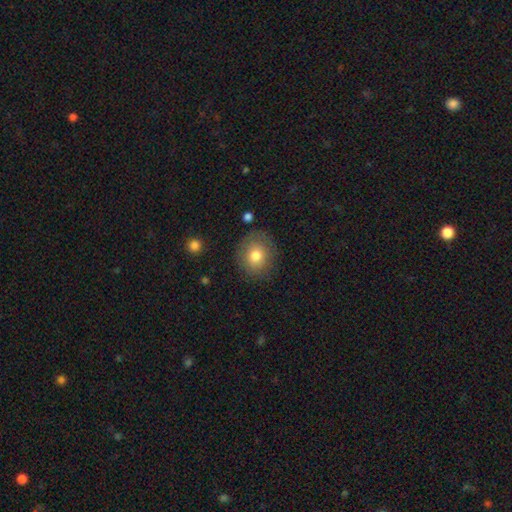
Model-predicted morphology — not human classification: smooth 78%, featured or disk 13%, star or artifact 9%. Down the decision tree: how rounded — round (78%); merging — none (83%).